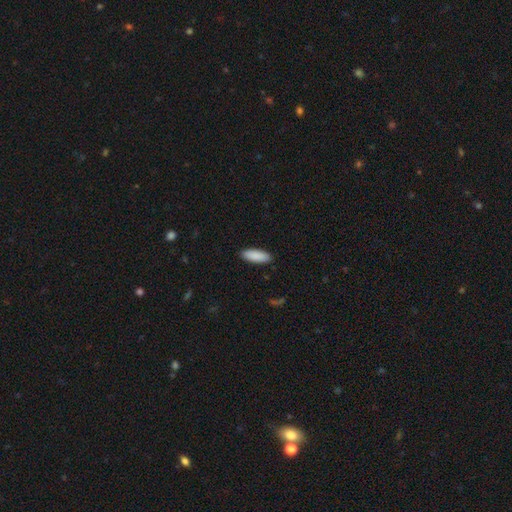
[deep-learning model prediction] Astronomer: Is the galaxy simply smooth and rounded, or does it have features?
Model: smooth — 91%.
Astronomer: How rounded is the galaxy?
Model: in between — 63%.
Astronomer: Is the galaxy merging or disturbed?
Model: none — 91%.